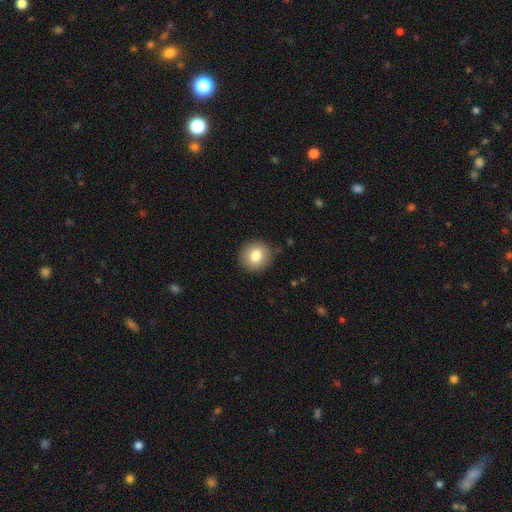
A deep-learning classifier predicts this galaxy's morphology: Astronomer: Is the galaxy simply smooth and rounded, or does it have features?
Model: smooth — 82%.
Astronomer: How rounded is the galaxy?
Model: round — 91%.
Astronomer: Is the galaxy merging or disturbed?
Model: none — 90%.